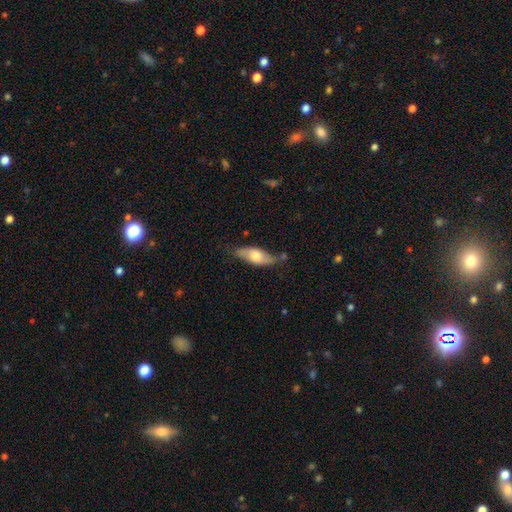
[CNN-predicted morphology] Q: Smooth or featured?
A: smooth (59%); runner-up: featured or disk (35%)
Q: How rounded?
A: in between (70%); runner-up: cigar-shaped (28%)
Q: Merging?
A: none (66%); runner-up: minor disturbance (25%)